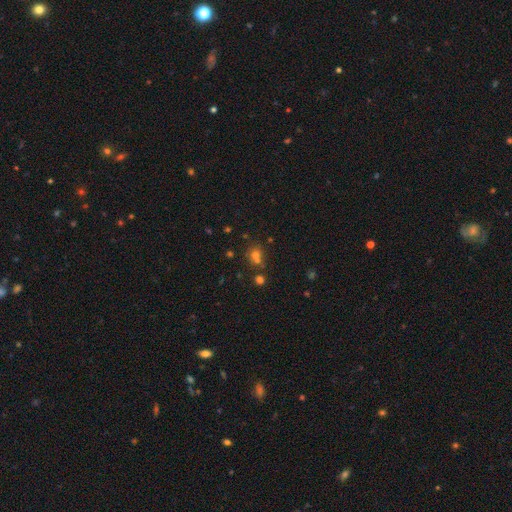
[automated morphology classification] Overall: smooth (61%; star or artifact 27%). How rounded: round (82%). Merging: none (59%; merger 29%).